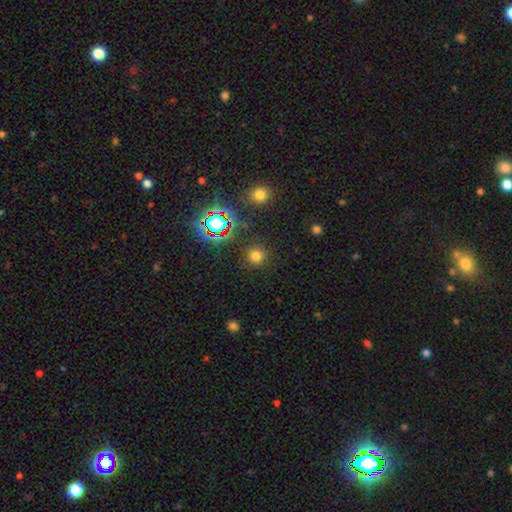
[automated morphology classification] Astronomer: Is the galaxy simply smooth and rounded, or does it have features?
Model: smooth — 69%.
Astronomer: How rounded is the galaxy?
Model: round — 93%.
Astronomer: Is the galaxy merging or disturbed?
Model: none — 88%.